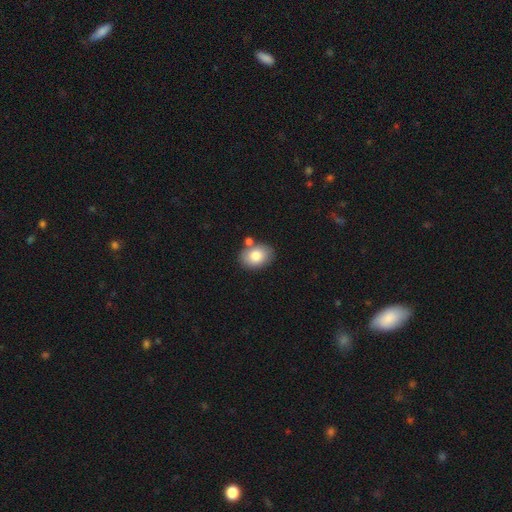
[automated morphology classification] The model was most divided on "how rounded": in between: 74%, round: 25%, cigar-shaped: 1%. More confident: smooth or featured — smooth (81%); merging — none (73%).